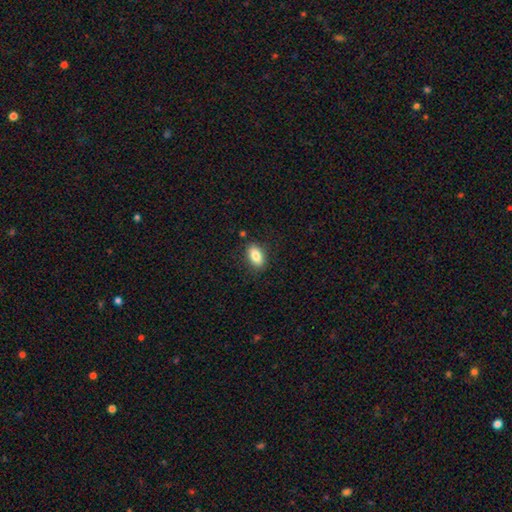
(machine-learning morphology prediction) This is clearly a smooth galaxy (84%). How rounded: clearly in between (90%). Merging: clearly none (86%).